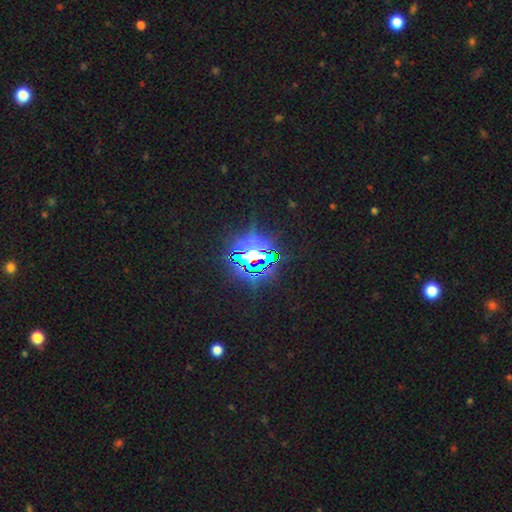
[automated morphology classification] This appears to be a star or artifact, not a galaxy (80%).